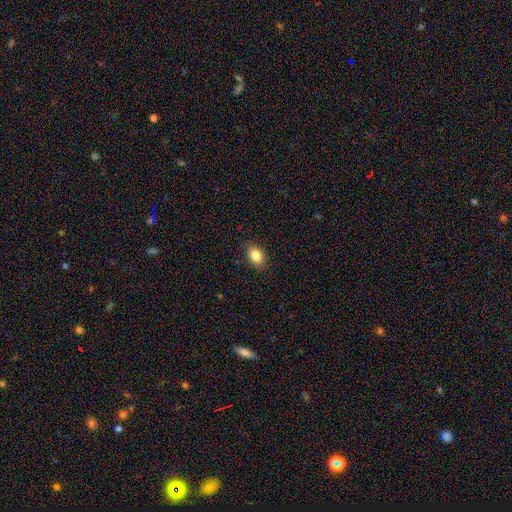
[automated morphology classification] smooth_or_featured: smooth (p=0.85) [alt: star or artifact p=0.09]
how_rounded: in between (p=0.78) [alt: round p=0.21]
merging: none (p=0.86) [alt: minor disturbance p=0.10]